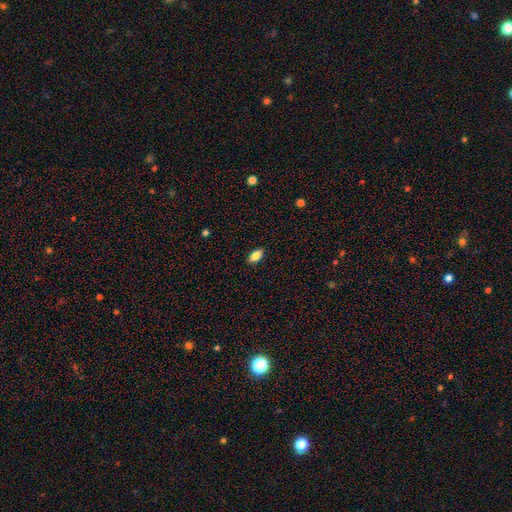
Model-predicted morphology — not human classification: Smooth or featured? Predicted: smooth (p=0.84). How rounded? Predicted: in between (p=0.90). Merging? Predicted: none (p=0.88).